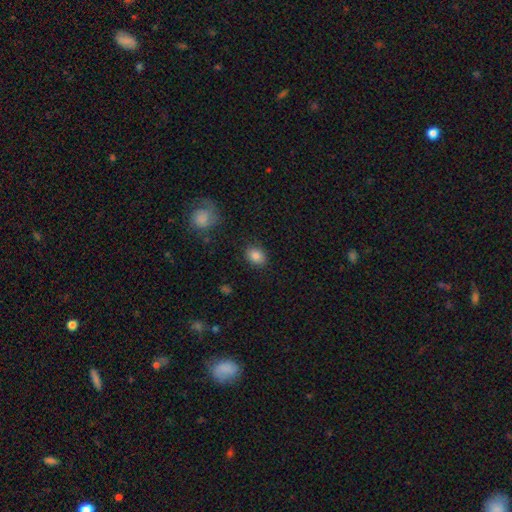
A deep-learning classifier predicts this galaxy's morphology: smooth-or-featured: smooth: 85% | star or artifact: 9% | featured or disk: 6%
  how-rounded: in between: 68% | round: 31% | cigar-shaped: 1%
  merging: none: 85% | minor disturbance: 10% | major disturbance: 3% | merger: 2%